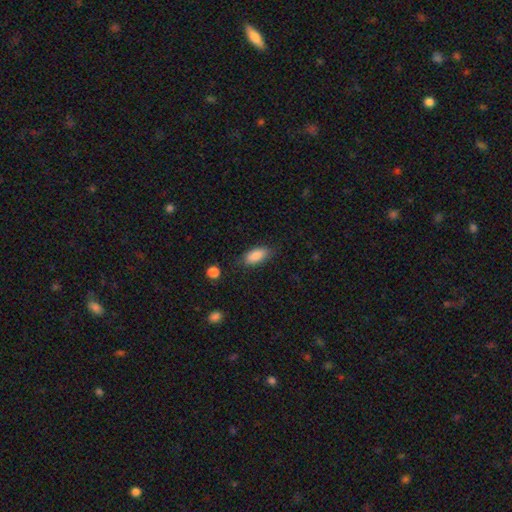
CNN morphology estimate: A smooth galaxy with no disk features (87%) that is in between round and cigar-shaped (86%).

Vote fractions:
- Smooth or featured? smooth: 87% / star or artifact: 7% / featured or disk: 6%
- How rounded? in between: 86% / cigar-shaped: 11% / round: 3%
- Merging? none: 79% / minor disturbance: 16% / major disturbance: 4% / merger: 2%